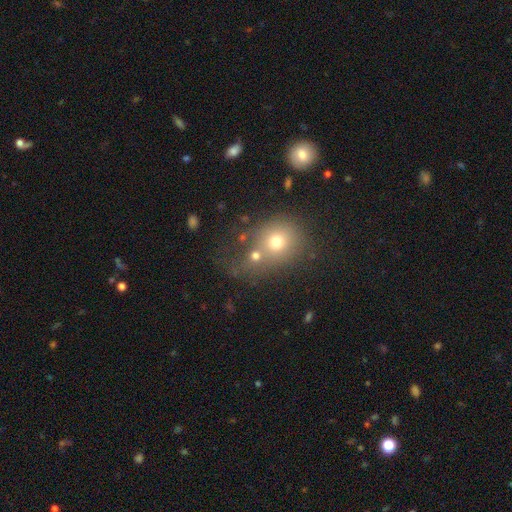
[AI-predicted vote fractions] A smooth galaxy with no disk features (66%) that is round (75%). Merging: none (42%).